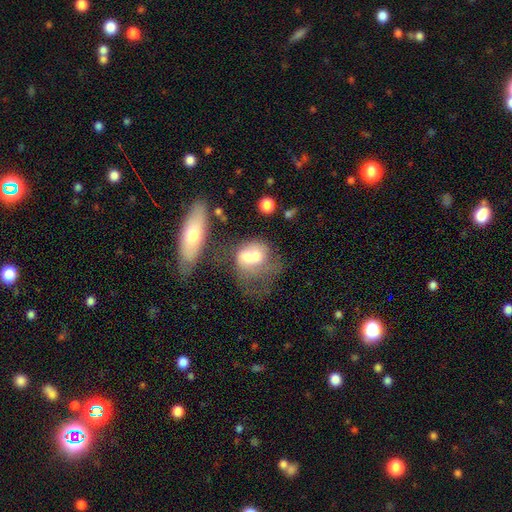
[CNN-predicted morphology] Smooth or featured? Predicted: smooth (p=0.53). How rounded? Predicted: in between (p=0.52). Merging? Predicted: merger (p=0.60).